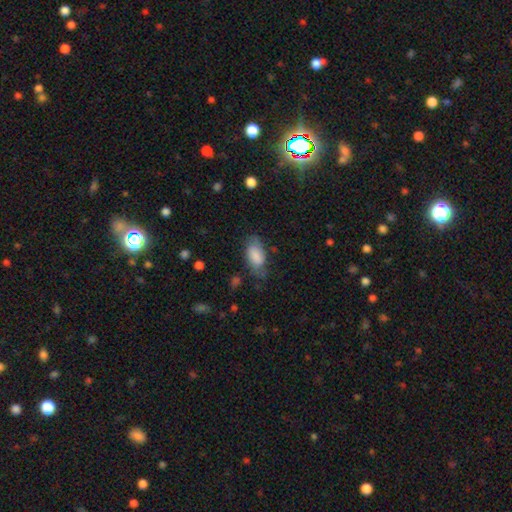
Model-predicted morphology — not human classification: The model was most divided on "merging": none: 59%, minor disturbance: 28%, major disturbance: 11%, merger: 2%. More confident: how rounded — in between (92%); smooth or featured — smooth (79%).